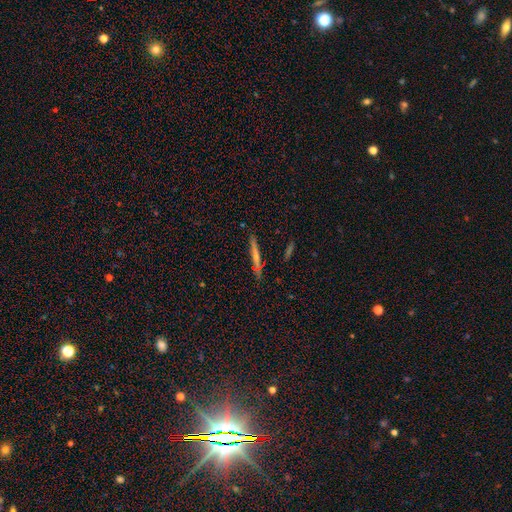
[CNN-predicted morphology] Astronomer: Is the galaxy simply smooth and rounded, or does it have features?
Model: smooth — 46% (runner-up: featured or disk, 44%).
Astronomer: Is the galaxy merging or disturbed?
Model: none — 85%.